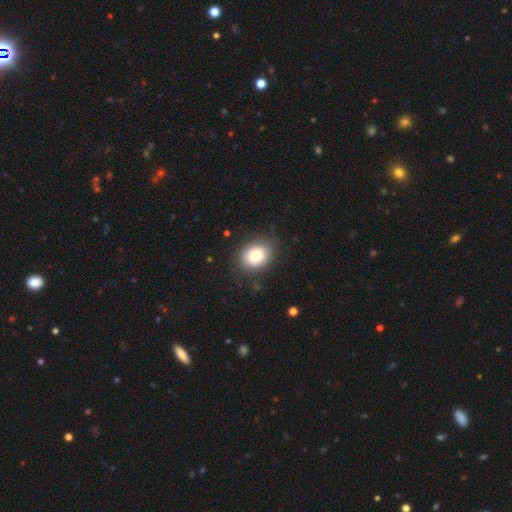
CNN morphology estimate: Q: Smooth or featured?
A: smooth (80%); runner-up: featured or disk (12%)
Q: How rounded?
A: in between (58%); runner-up: round (41%)
Q: Merging?
A: none (77%); runner-up: minor disturbance (16%)